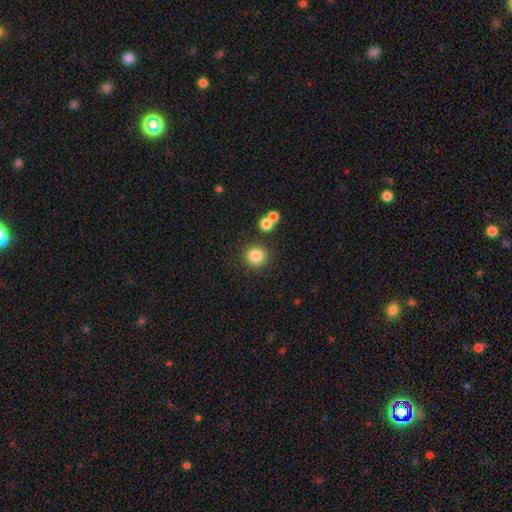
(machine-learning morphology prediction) A smooth galaxy with no disk features (84%) that is round (94%). Merging: none (85%).